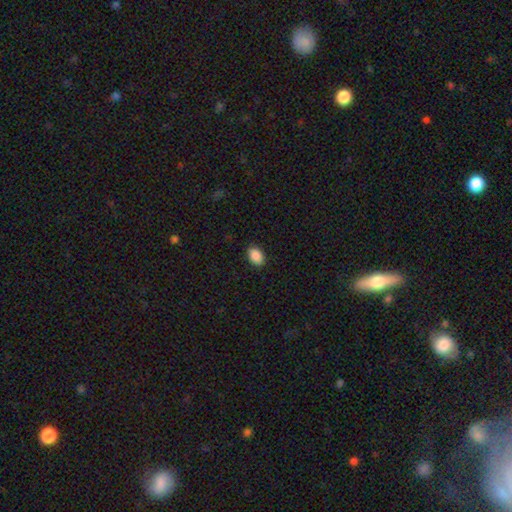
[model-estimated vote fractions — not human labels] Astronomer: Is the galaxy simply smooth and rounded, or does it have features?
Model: smooth — 90%.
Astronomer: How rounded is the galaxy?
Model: in between — 86%.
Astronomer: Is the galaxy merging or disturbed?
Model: none — 88%.